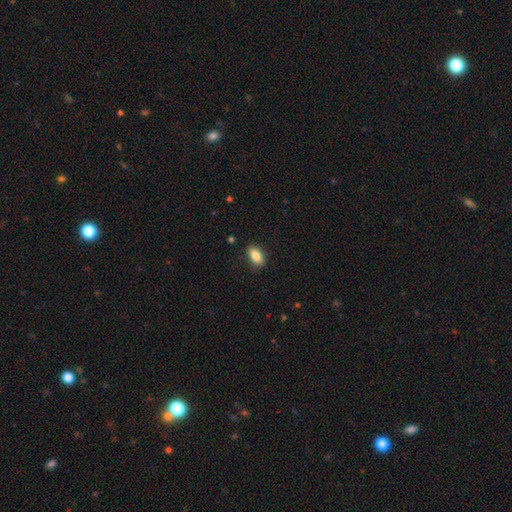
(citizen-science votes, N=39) Overall: smooth (82%). How rounded: in between (78%). Merging: none (81%).